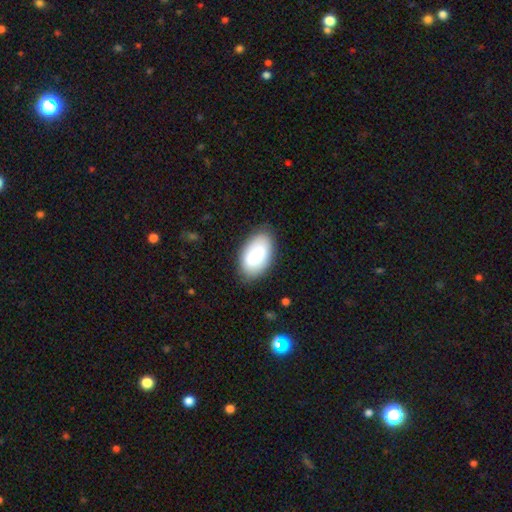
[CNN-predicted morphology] A smooth galaxy with no disk features (78%) that is in between round and cigar-shaped (95%).

Vote fractions:
- Smooth or featured? smooth: 78% / featured or disk: 16% / star or artifact: 6%
- How rounded? in between: 95% / round: 4% / cigar-shaped: 2%
- Merging? none: 83% / minor disturbance: 13% / major disturbance: 3% / merger: 1%